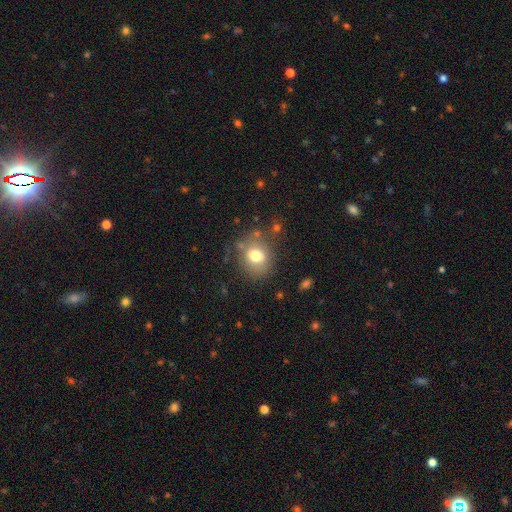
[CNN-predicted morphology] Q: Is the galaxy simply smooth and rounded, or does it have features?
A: smooth — 74%.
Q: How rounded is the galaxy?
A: round — 64%.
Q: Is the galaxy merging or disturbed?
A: none — 73%.